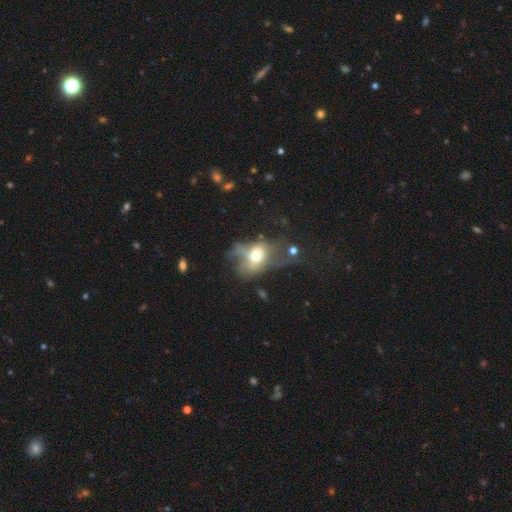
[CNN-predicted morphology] This appears to be a smooth galaxy with no disk features (50%) that is in between round and cigar-shaped (70%). Merging: major disturbance (51%).